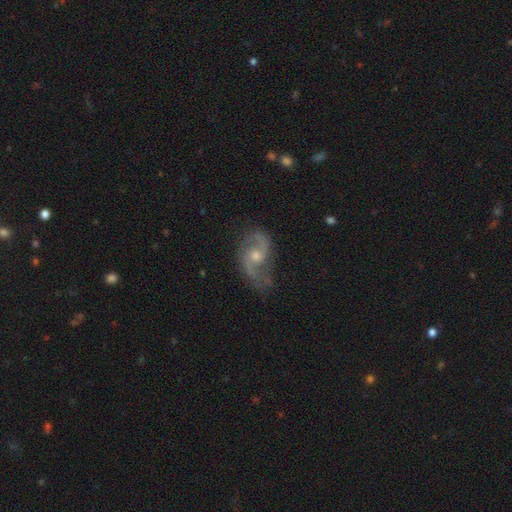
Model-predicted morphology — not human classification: The model was most divided on "spiral winding": medium: 47%, loose: 40%, tight: 12%. More confident: edge-on disk — no (97%); spiral arms — yes (96%); spiral arm count — 2 (91%); smooth or featured — featured or disk (86%); merging — none (69%); bulge size — moderate (58%); bar — no (54%).